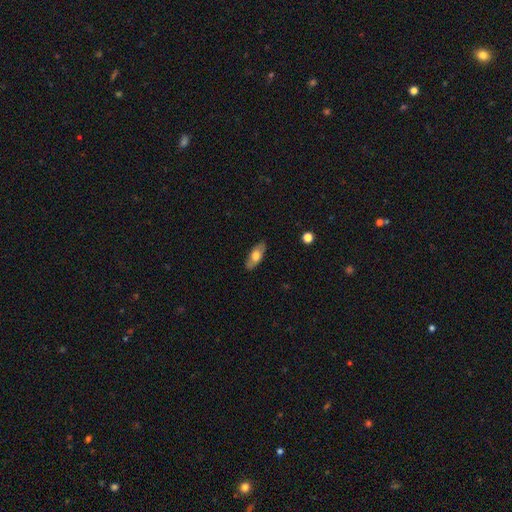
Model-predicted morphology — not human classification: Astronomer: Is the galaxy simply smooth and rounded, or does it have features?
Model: smooth — 60%.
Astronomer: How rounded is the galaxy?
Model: in between — 82%.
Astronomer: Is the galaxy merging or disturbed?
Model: none — 86%.